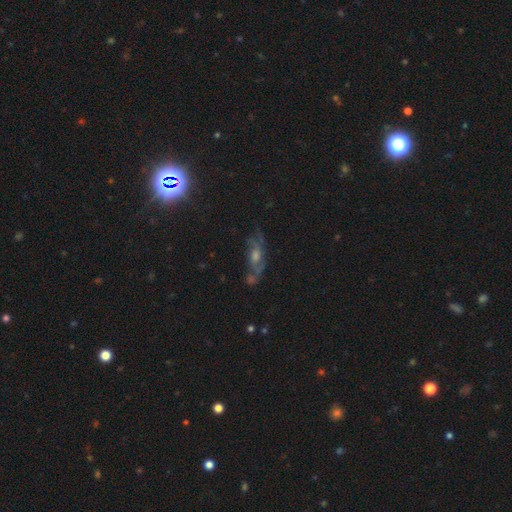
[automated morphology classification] Smooth or featured? featured or disk (54%)
Edge-on disk? no (69%)
Merging? none (59%)